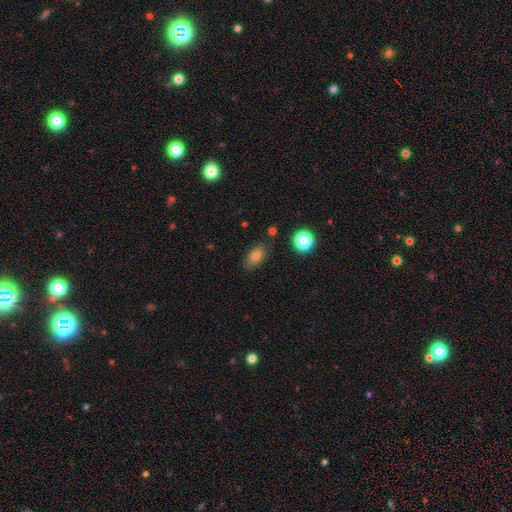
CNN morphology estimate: This is likely a smooth galaxy (78%). How rounded: clearly in between (85%). Merging: likely none (78%).